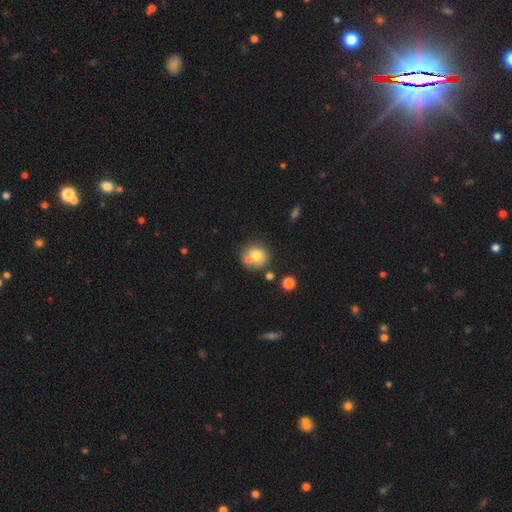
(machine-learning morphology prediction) smooth 73%, featured or disk 17%, star or artifact 11%. Down the decision tree: how rounded — round (85%); merging — none (53%).